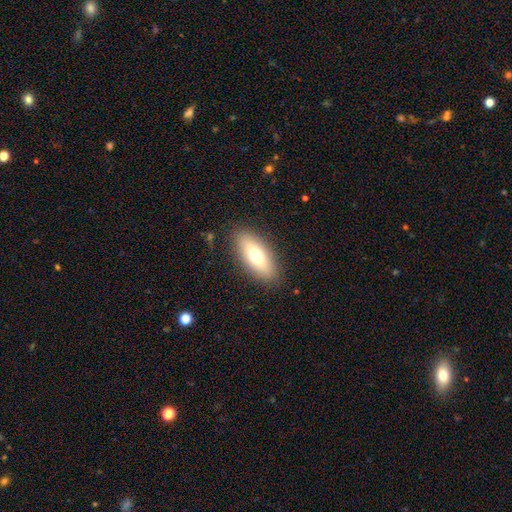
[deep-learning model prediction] This is likely a smooth galaxy (68%). How rounded: likely in between (78%). Merging: clearly none (86%).